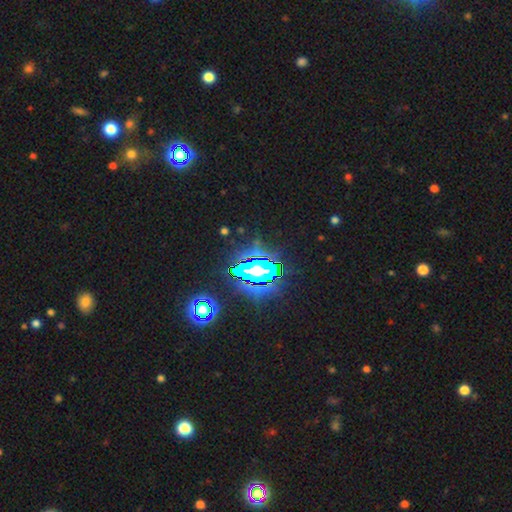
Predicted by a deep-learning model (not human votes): Q: Smooth or featured?
A: star or artifact (83%); runner-up: smooth (10%)